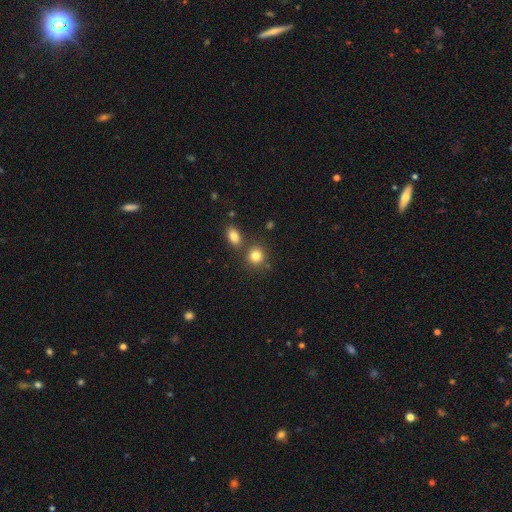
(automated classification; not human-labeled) smooth-or-featured: smooth: 82% | star or artifact: 11% | featured or disk: 7%
  how-rounded: round: 82% | in between: 17% | cigar-shaped: 1%
  merging: none: 69% | merger: 19% | minor disturbance: 9% | major disturbance: 3%